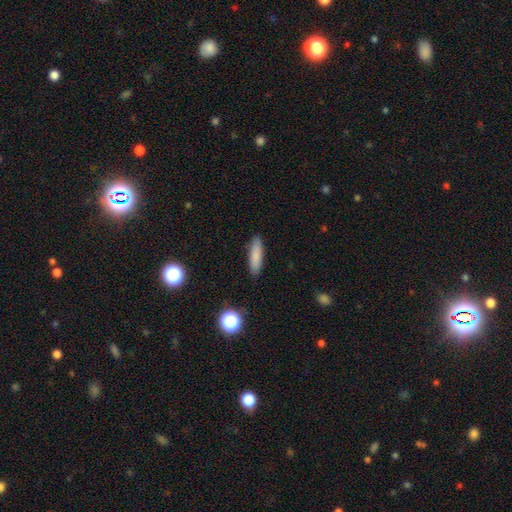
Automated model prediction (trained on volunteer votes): This is clearly a smooth galaxy (84%). How rounded: likely cigar-shaped (64%). Merging: clearly none (89%).